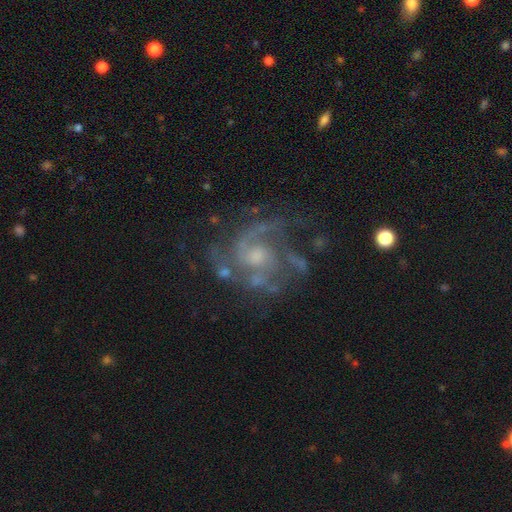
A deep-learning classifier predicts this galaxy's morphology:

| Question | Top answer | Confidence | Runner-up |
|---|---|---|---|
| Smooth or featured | featured or disk | 87% | star or artifact (7%) |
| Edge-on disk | no | 98% | yes (2%) |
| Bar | no | 67% | weak (28%) |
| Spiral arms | yes | 94% | no (6%) |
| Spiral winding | medium | 50% | tight (36%) |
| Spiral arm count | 2 | 41% | 3 (22%) |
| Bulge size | moderate | 49% | small (37%) |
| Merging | none | 58% | minor disturbance (19%) |